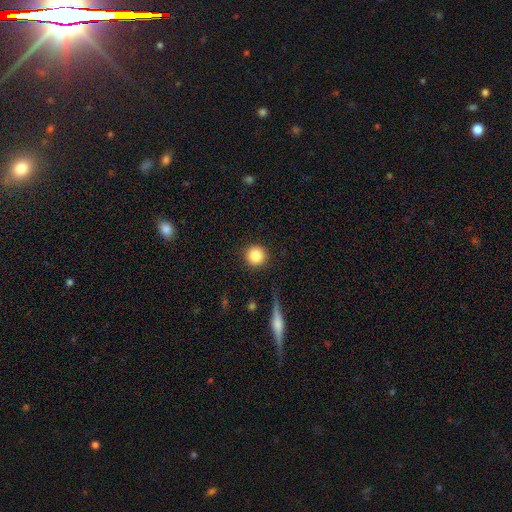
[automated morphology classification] Overall: smooth (86%). How rounded: round (95%). Merging: none (89%).